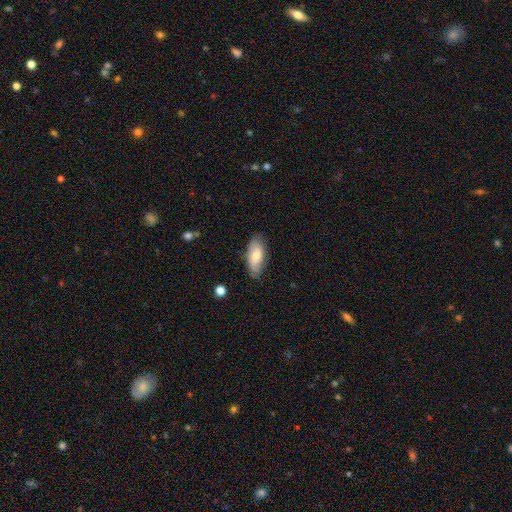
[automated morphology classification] Smooth or featured?
  - smooth: 70% *
  - featured or disk: 23%
  - star or artifact: 6%
How rounded?
  - in between: 86% *
  - cigar-shaped: 12%
  - round: 2%
Merging?
  - none: 74% *
  - minor disturbance: 21%
  - major disturbance: 4%
  - merger: 1%